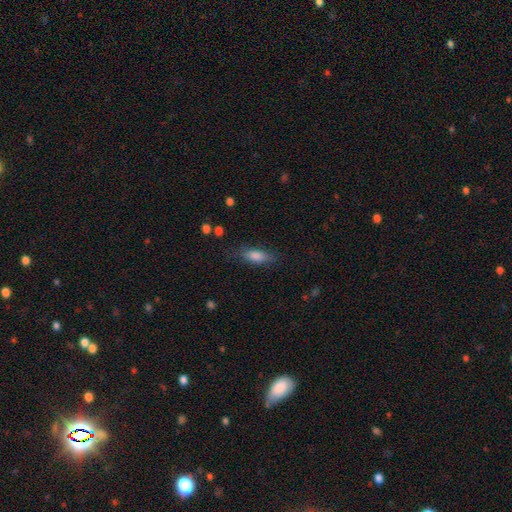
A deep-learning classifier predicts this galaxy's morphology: This appears to be a smooth galaxy with no disk features (79%) that is in between round and cigar-shaped (65%). Merging: none (76%).